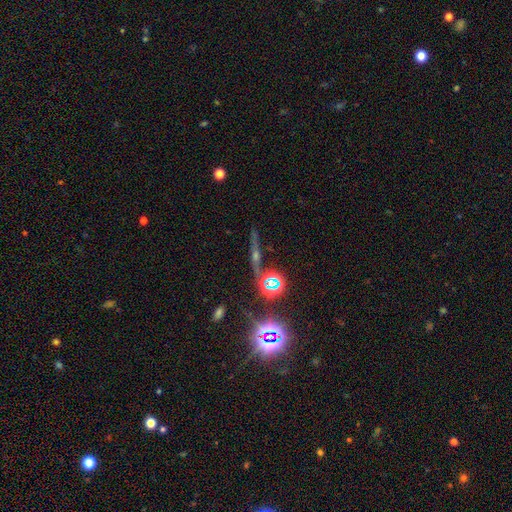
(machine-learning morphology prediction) Overall: featured or disk (45%; star or artifact 37%). Merging: none (64%).